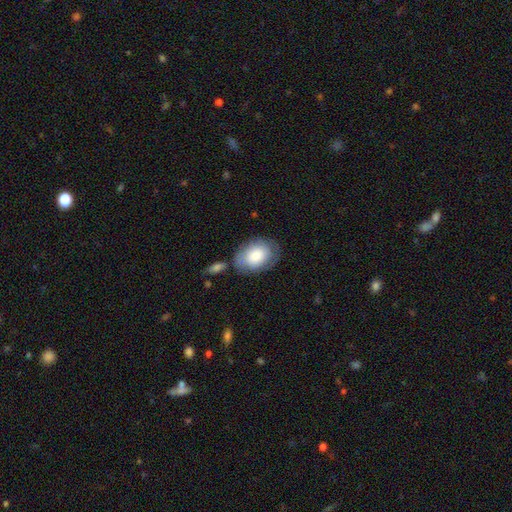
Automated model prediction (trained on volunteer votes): A smooth galaxy with no disk features (74%) that is in between round and cigar-shaped (78%).

Vote fractions:
- Smooth or featured? smooth: 74% / featured or disk: 19% / star or artifact: 6%
- How rounded? in between: 78% / round: 21% / cigar-shaped: 1%
- Merging? none: 65% / minor disturbance: 20% / merger: 8% / major disturbance: 7%